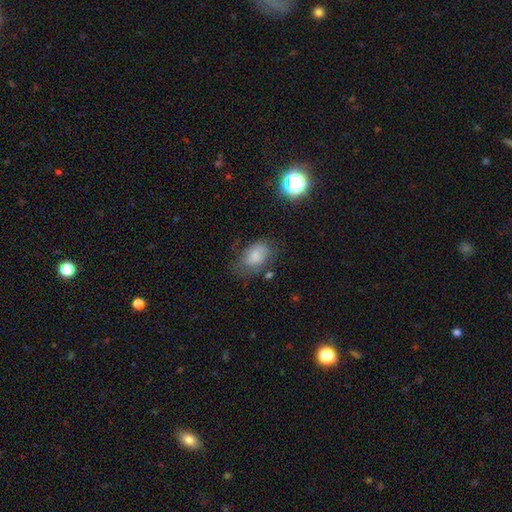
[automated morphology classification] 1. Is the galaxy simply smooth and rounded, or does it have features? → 75% smooth, 15% featured or disk, 10% star or artifact.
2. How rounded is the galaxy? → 84% in between, 14% round, 1% cigar-shaped.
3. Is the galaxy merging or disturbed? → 54% none, 29% minor disturbance, 13% major disturbance, 4% merger.